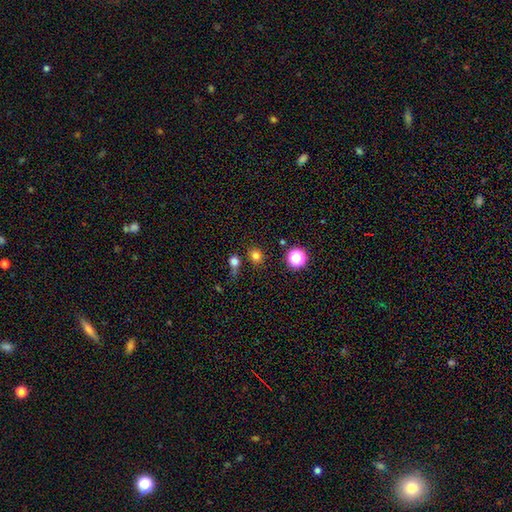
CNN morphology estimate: Overall: smooth (78%). How rounded: round (80%). Merging: none (75%).